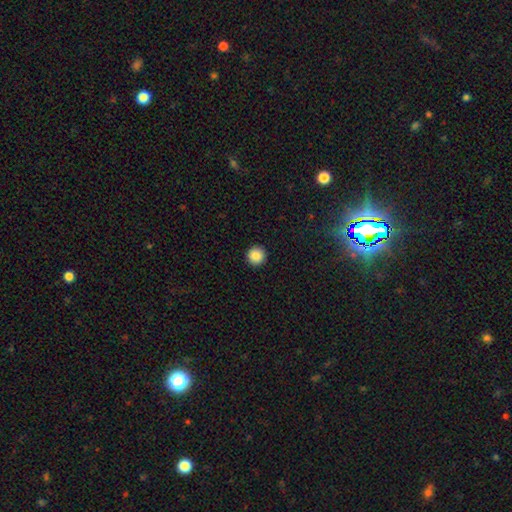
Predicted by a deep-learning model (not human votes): The model was most divided on "smooth or featured": smooth: 87%, star or artifact: 9%, featured or disk: 4%. More confident: how rounded — round (96%); merging — none (93%).